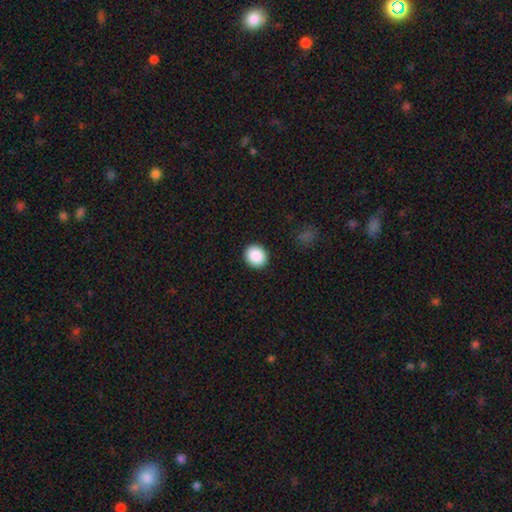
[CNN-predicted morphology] This is clearly a smooth galaxy (89%). How rounded: likely round (75%). Merging: clearly none (92%).